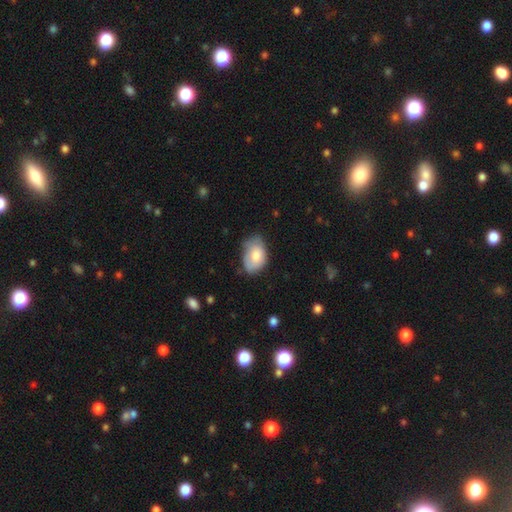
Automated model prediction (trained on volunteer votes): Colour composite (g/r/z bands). It shows a smooth galaxy with no disk features (75%) that is in between round and cigar-shaped (88%). Merging: none (50%).